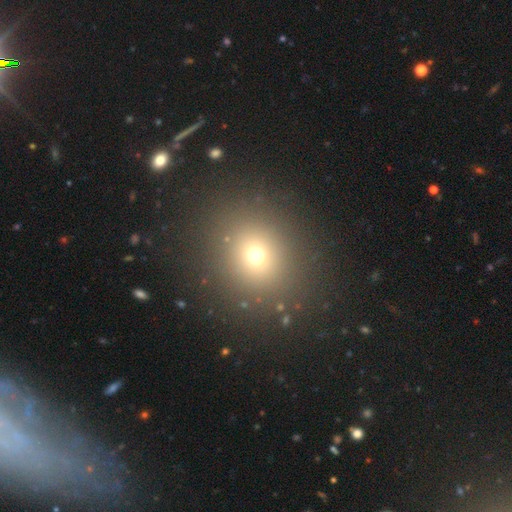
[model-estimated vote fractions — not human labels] Smooth or featured? Predicted: smooth (p=0.67). How rounded? Predicted: round (p=0.83). Merging? Predicted: none (p=0.88).